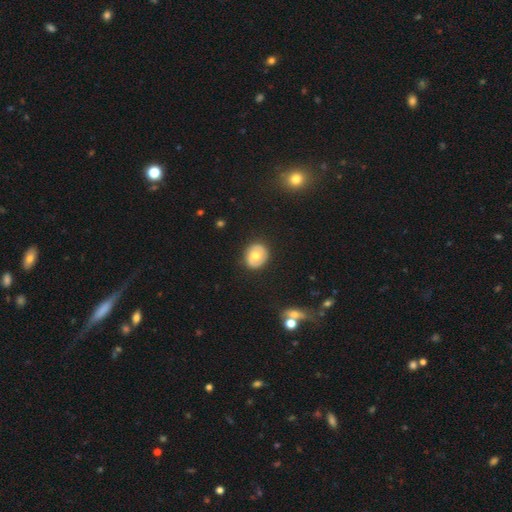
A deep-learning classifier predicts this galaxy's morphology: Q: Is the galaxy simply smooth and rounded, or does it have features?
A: smooth — 55%.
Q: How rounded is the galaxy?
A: round — 68%.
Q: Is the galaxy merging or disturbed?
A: none — 86%.